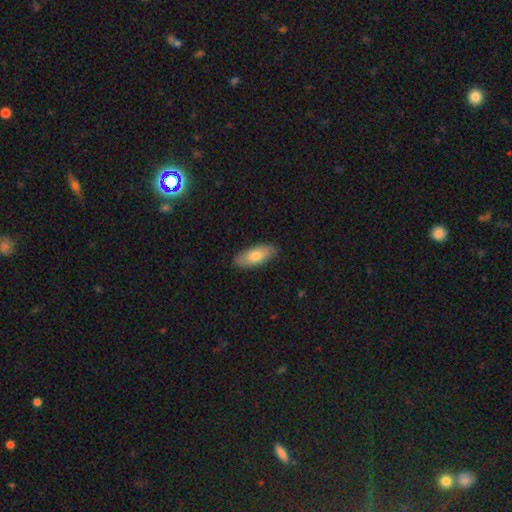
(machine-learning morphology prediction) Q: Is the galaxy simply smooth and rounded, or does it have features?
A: smooth — 75%.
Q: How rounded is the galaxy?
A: in between — 82%.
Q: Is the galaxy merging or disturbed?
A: none — 86%.